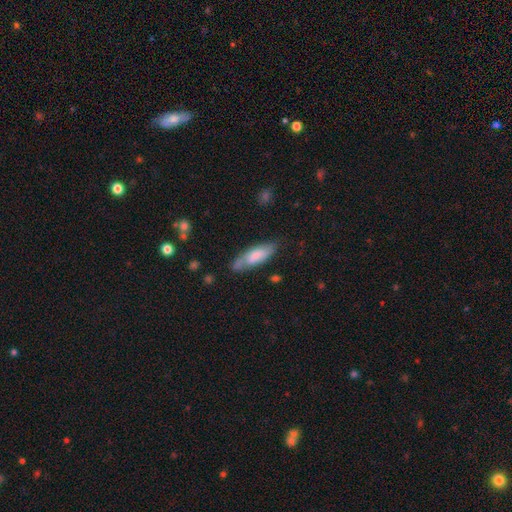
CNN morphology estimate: The model was most divided on "how rounded": in between: 59%, cigar-shaped: 39%, round: 2%. More confident: smooth or featured — smooth (66%); merging — none (61%).